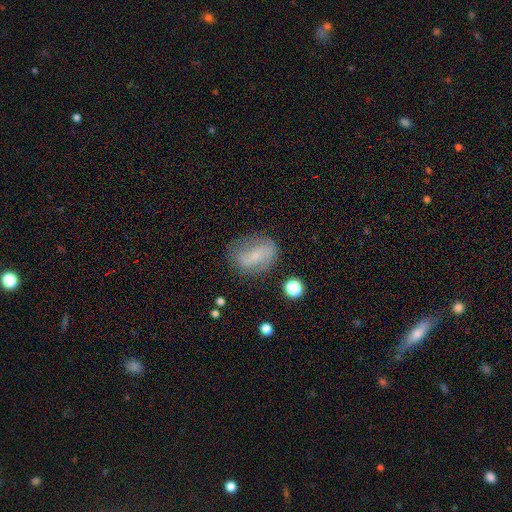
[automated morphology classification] smooth_or_featured: smooth (p=0.45) [tied with: featured or disk p=0.45]
merging: none (p=0.66) [alt: minor disturbance p=0.22]